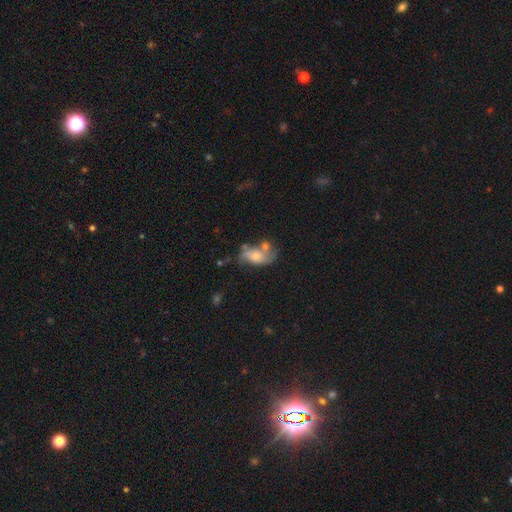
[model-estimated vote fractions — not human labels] Smooth or featured? Predicted: featured or disk (p=0.51). Edge-on disk? Predicted: no (p=0.94). Merging? Predicted: none (p=0.34).